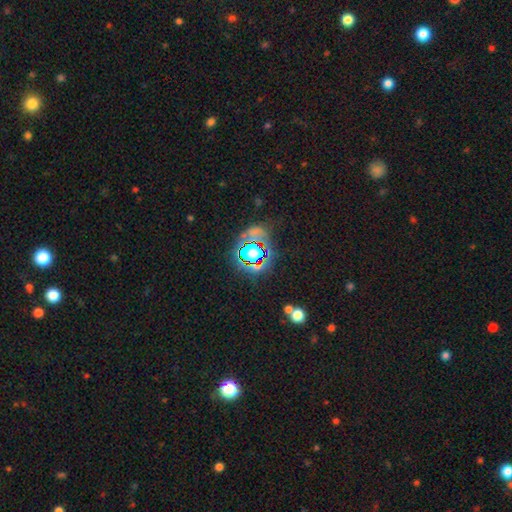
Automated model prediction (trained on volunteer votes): Smooth or featured? Predicted: star or artifact (p=0.80).